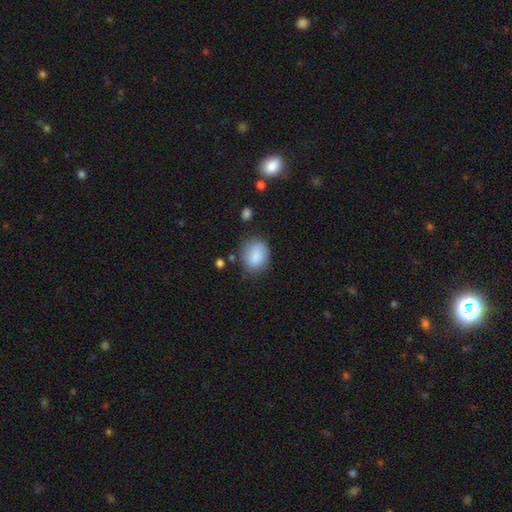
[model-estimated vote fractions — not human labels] This is clearly a smooth galaxy (85%). How rounded: possibly round (51%). Merging: likely none (70%).